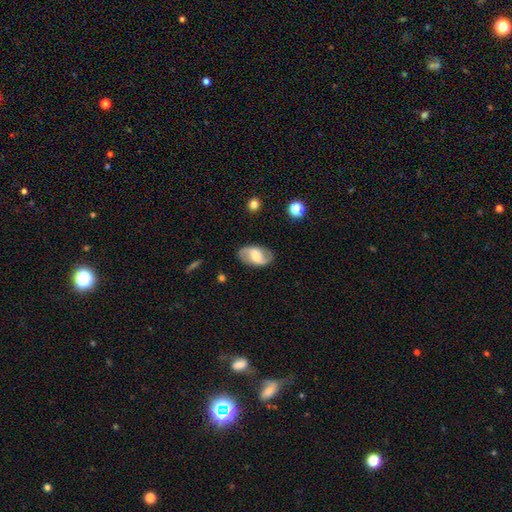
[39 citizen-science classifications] Smooth or featured: featured or disk — 79% (smooth — 15%)
Edge-on disk: no — 94% (yes — 6%)
Bar: weak — 45% (strong — 31%)
Spiral arms: yes — 93% (no — 7%)
Spiral winding: loose — 78% (medium — 19%)
Spiral arm count: 2 — 96% (1 — 4%)
Bulge size: moderate — 52% (small — 28%)
Merging: none — 89% (major disturbance — 8%)